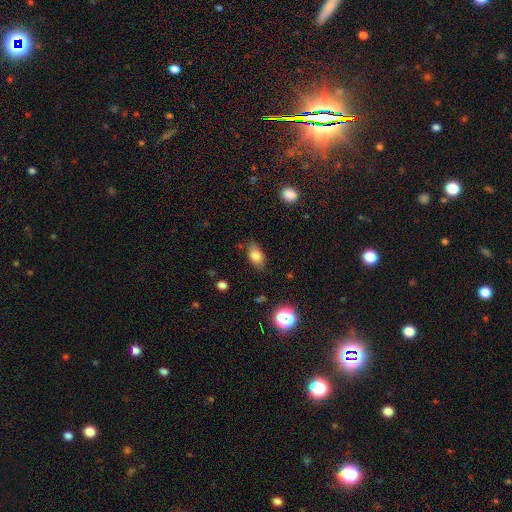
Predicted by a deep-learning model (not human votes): This appears to be a smooth galaxy with no disk features (78%) that is in between round and cigar-shaped (87%). Merging: none (78%).